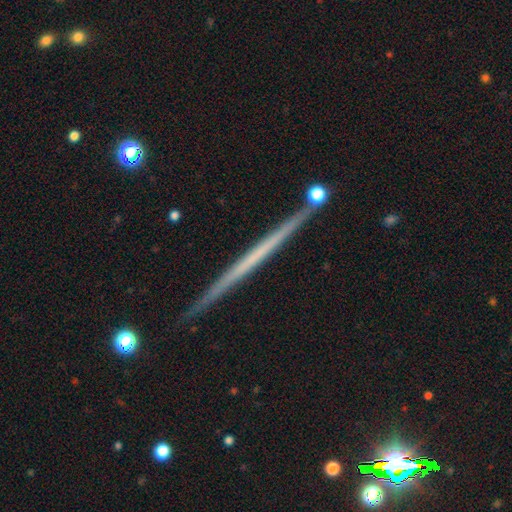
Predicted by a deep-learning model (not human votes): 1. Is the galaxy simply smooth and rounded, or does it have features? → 62% featured or disk, 30% smooth, 8% star or artifact.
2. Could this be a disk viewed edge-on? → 98% yes, 2% no.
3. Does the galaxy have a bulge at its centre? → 94% none, 4% rounded, 2% boxy.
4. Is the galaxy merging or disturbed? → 90% none, 6% minor disturbance, 2% merger, 1% major disturbance.